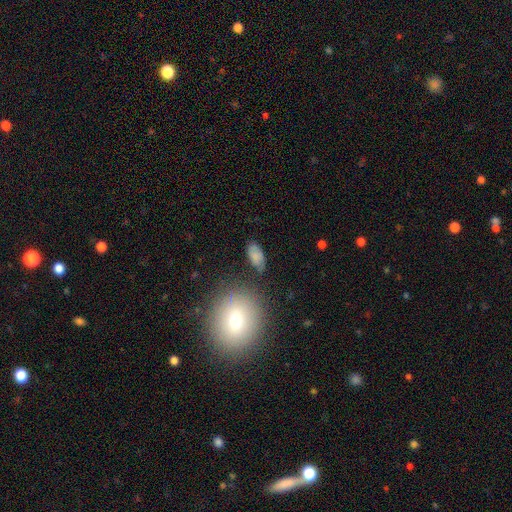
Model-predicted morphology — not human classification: A smooth galaxy with no disk features (71%) that is in between round and cigar-shaped (91%). Merging: none (64%).